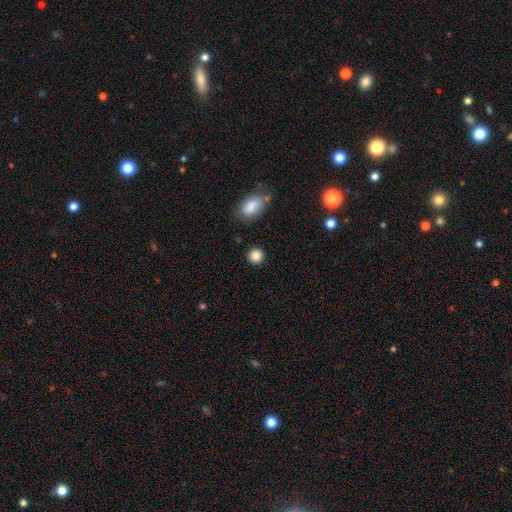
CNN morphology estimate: A smooth galaxy with no disk features (86%) that is round (88%).

Vote fractions:
- Smooth or featured? smooth: 86% / star or artifact: 10% / featured or disk: 5%
- How rounded? round: 88% / in between: 11% / cigar-shaped: 1%
- Merging? none: 88% / minor disturbance: 7% / merger: 3% / major disturbance: 2%